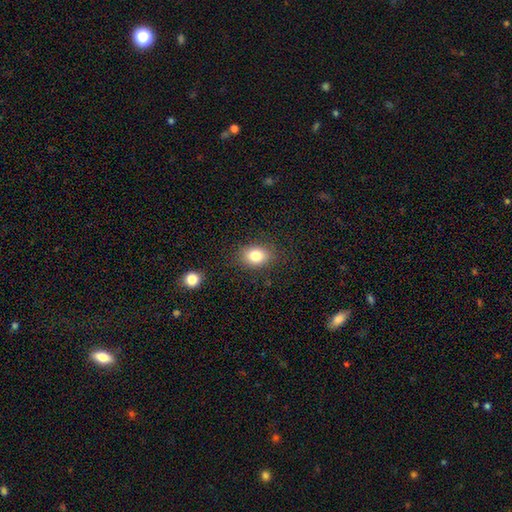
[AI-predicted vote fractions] Morphology: type=smooth (81%); roundness=in between (64%); merging=none (84%).